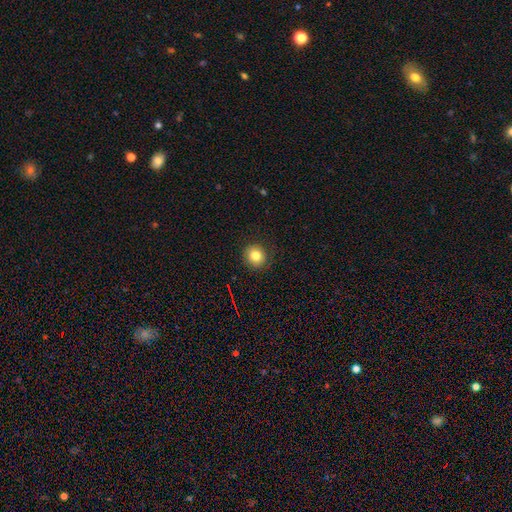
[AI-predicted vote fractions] Morphology: type=smooth (80%); roundness=round (91%); merging=none (90%).